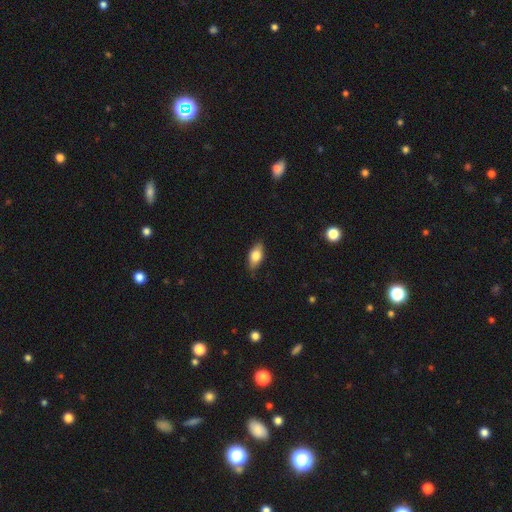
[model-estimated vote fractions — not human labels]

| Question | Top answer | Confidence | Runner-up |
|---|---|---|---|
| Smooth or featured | smooth | 74% | featured or disk (19%) |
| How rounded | in between | 86% | cigar-shaped (9%) |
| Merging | none | 82% | minor disturbance (15%) |